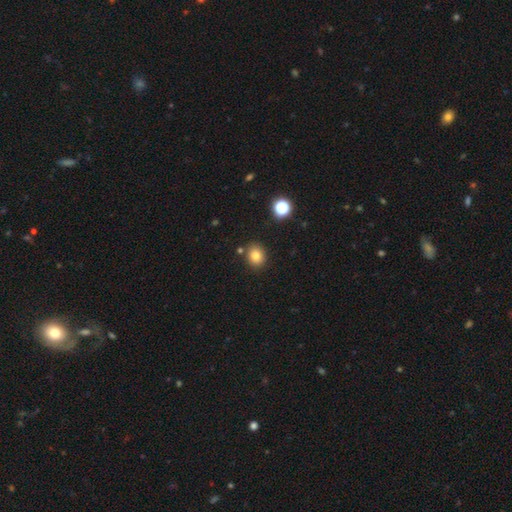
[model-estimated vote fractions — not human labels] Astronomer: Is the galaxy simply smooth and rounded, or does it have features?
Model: smooth — 80%.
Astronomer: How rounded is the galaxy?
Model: round — 65%.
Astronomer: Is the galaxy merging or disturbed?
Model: none — 83%.